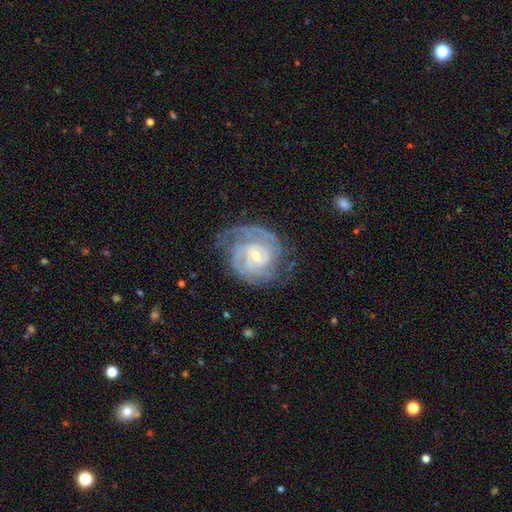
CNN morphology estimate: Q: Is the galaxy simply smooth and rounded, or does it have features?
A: featured or disk — 89%.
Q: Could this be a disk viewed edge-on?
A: no — 98%.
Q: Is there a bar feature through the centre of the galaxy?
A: no — 63%.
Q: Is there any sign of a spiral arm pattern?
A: yes — 97%.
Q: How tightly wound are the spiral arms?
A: tight — 67%.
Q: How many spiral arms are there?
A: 2 — 27%.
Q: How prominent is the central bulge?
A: small — 55%.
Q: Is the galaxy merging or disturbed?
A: none — 70%.